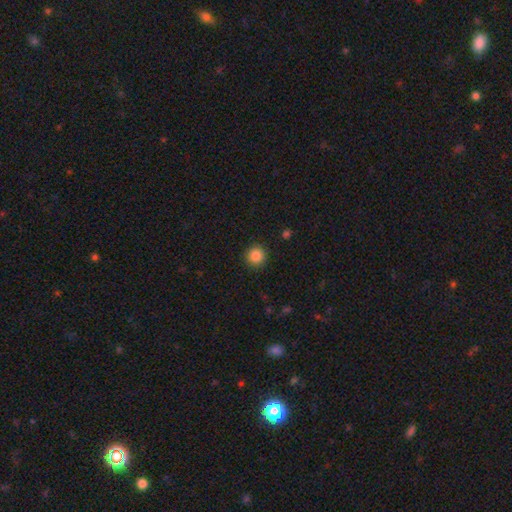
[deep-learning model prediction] A smooth galaxy with no disk features (87%) that is round (95%). Merging: none (92%).